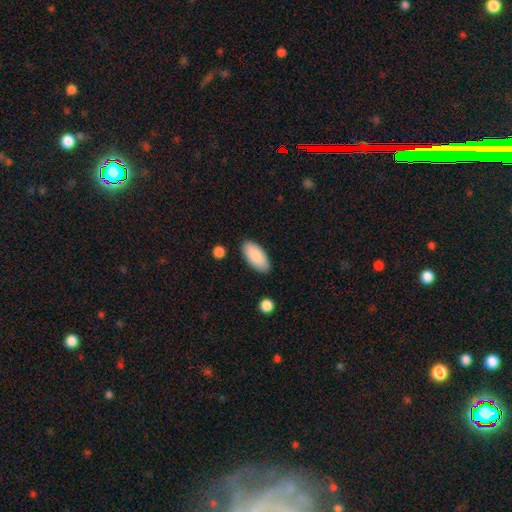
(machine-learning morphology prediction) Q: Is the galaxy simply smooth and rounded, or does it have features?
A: smooth — 89%.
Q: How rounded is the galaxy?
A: in between — 92%.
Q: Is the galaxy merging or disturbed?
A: none — 86%.